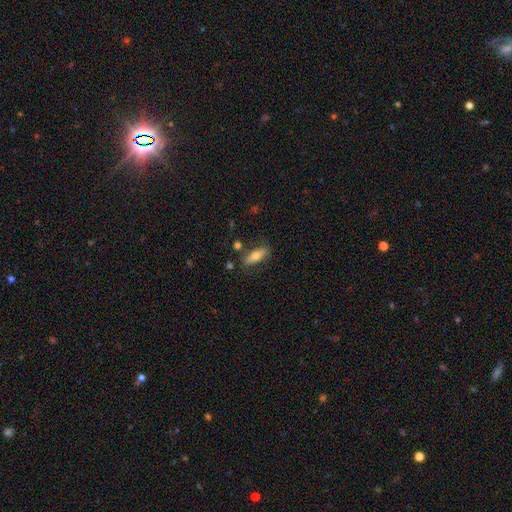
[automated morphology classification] Smooth or featured?
  - smooth: 62% *
  - featured or disk: 31%
  - star or artifact: 7%
How rounded?
  - in between: 58% *
  - cigar-shaped: 39%
  - round: 3%
Merging?
  - none: 76% *
  - minor disturbance: 14%
  - merger: 5%
  - major disturbance: 4%